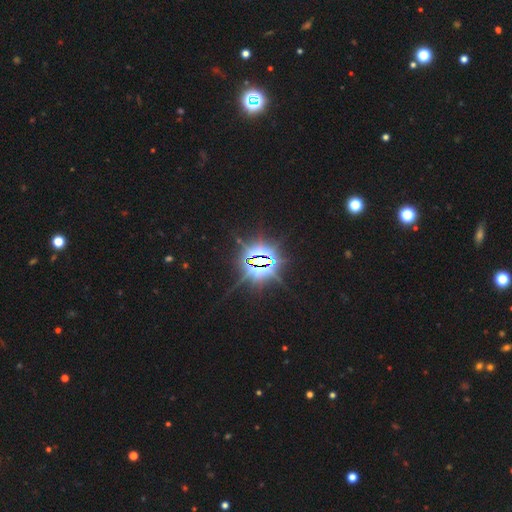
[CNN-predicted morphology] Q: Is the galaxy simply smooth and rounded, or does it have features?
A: star or artifact — 86%.